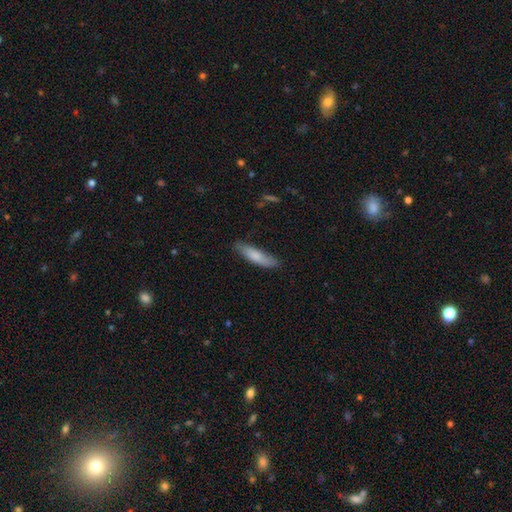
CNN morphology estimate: type=smooth (78%); roundness=cigar-shaped (73%); merging=none (79%).